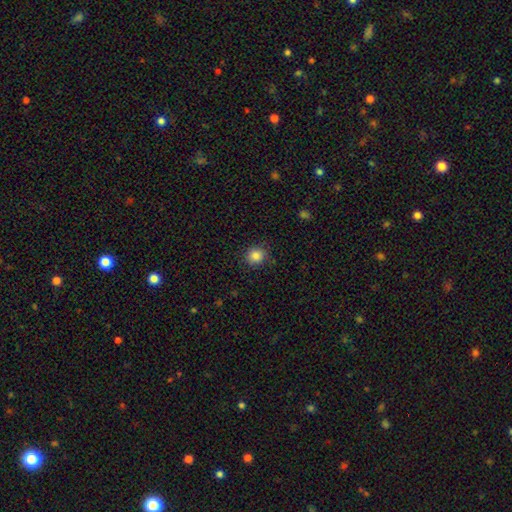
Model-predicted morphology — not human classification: Smooth or featured: smooth — 85% (star or artifact — 11%)
How rounded: round — 83% (in between — 16%)
Merging: none — 86% (minor disturbance — 10%)